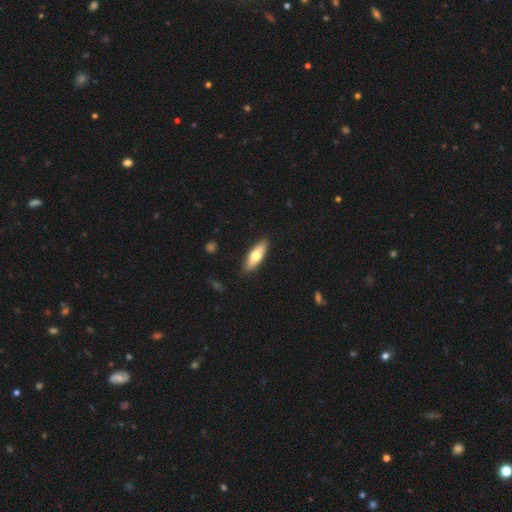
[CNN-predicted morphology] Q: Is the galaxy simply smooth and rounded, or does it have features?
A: smooth — 66%.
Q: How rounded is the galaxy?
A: in between — 60%.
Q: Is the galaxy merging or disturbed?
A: none — 89%.